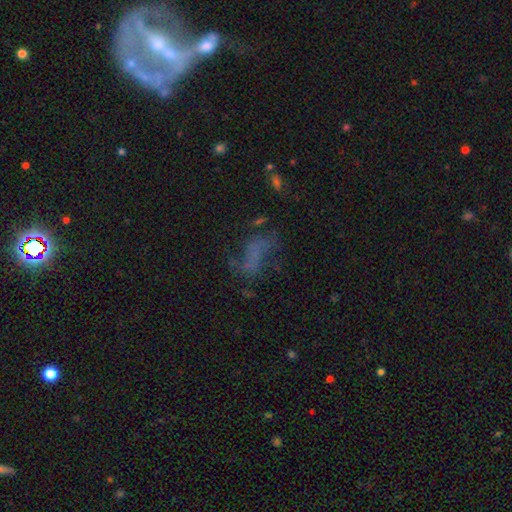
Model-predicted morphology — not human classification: featured or disk 39%, smooth 35%, star or artifact 26%. Down the decision tree: merging — none (43%).